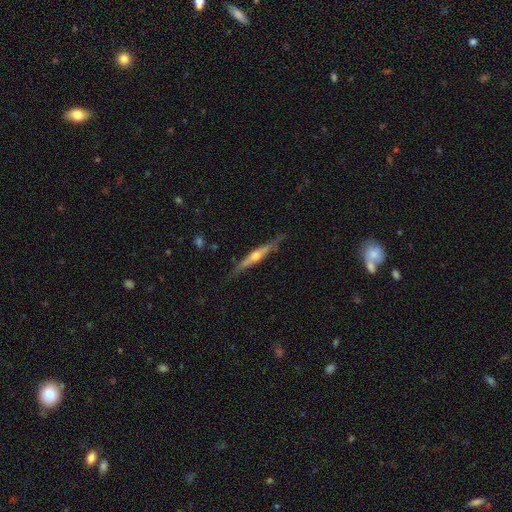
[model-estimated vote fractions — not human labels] A featured or disk galaxy (72%) viewed edge-on (96%) with a rounded central bulge (85%).

Vote fractions:
- Smooth or featured? featured or disk: 72% / smooth: 22% / star or artifact: 6%
- Edge-on disk? yes: 96% / no: 4%
- Edge-on bulge? rounded: 85% / none: 10% / boxy: 5%
- Merging? none: 81% / minor disturbance: 15% / major disturbance: 3% / merger: 2%